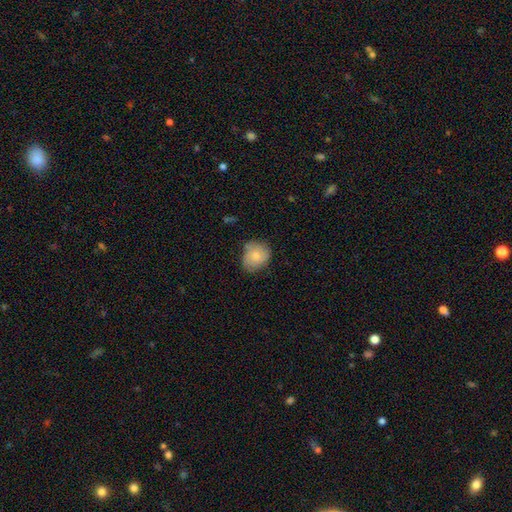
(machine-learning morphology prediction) A smooth galaxy with no disk features (68%) that is round (64%). Merging: none (64%).